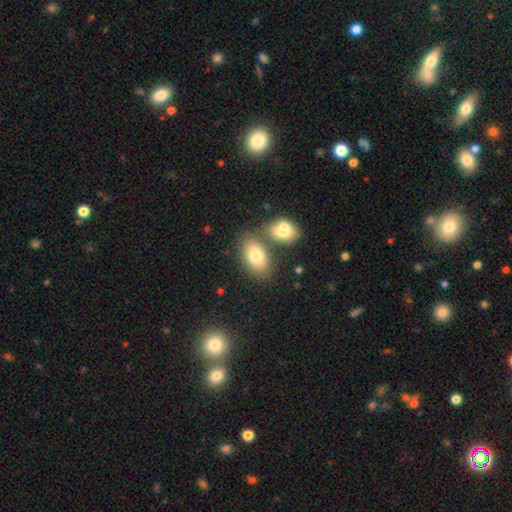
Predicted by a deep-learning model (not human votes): smooth_or_featured: smooth (p=0.78) [alt: featured or disk p=0.14]
how_rounded: in between (p=0.90) [alt: round p=0.08]
merging: none (p=0.58) [alt: merger p=0.27]